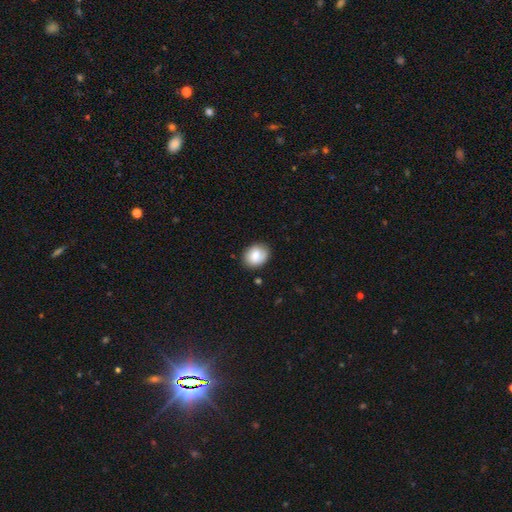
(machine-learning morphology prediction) The model was most divided on "how rounded": in between: 50%, round: 49%, cigar-shaped: 1%. More confident: smooth or featured — smooth (81%); merging — none (80%).